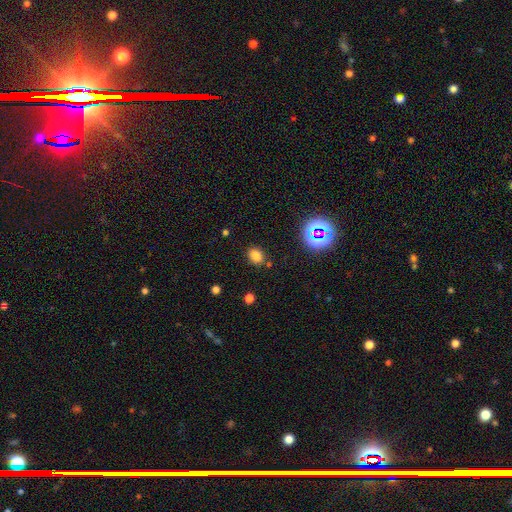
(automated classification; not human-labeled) smooth-or-featured: smooth: 75% | star or artifact: 19% | featured or disk: 6%
  how-rounded: in between: 56% | round: 43% | cigar-shaped: 1%
  merging: none: 80% | minor disturbance: 12% | merger: 5% | major disturbance: 3%